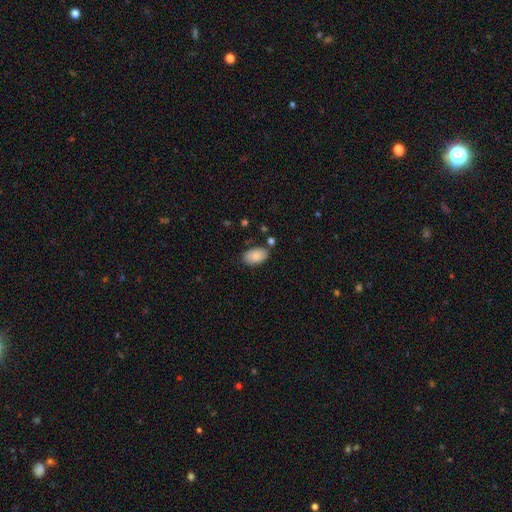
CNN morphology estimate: This is clearly a smooth galaxy (87%). How rounded: clearly in between (92%). Merging: likely none (74%).